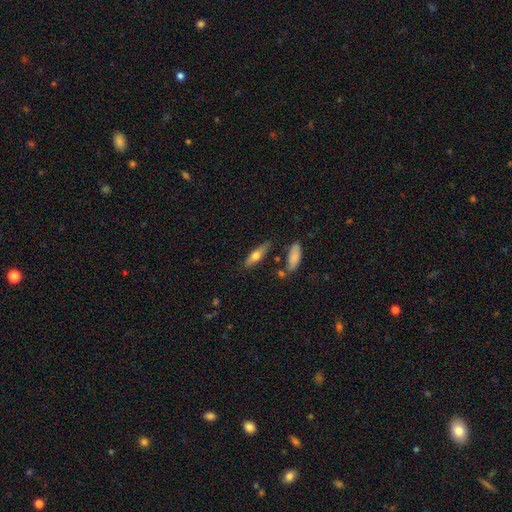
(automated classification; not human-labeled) Smooth or featured? smooth (59%)
How rounded? cigar-shaped (55%)
Merging? none (73%)